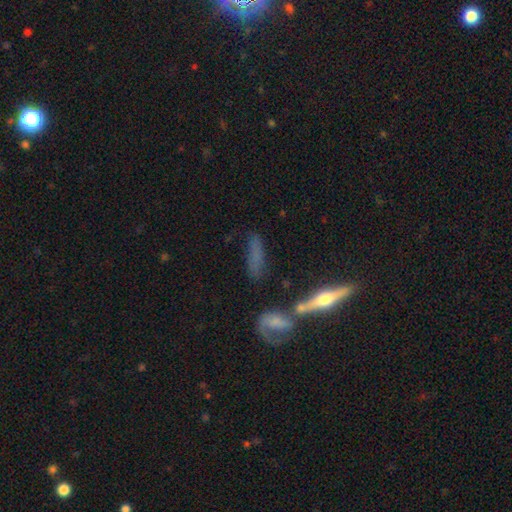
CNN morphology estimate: This is possibly a smooth galaxy (48%). Merging: likely none (64%).